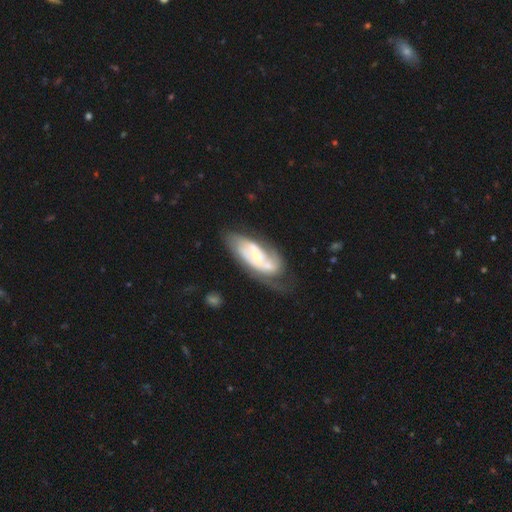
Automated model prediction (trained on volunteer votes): smooth_or_featured: featured or disk (p=0.78) [alt: smooth p=0.17]
disk_edge_on: no (p=0.93) [alt: yes p=0.07]
bar: no (p=0.59) [alt: weak p=0.30]
has_spiral_arms: yes (p=0.88) [alt: no p=0.12]
spiral_winding: tight (p=0.48) [alt: medium p=0.38]
spiral_arm_count: 2 (p=0.49) [alt: can't tell p=0.29]
bulge_size: small (p=0.61) [alt: moderate p=0.34]
merging: none (p=0.50) [alt: minor disturbance p=0.24]